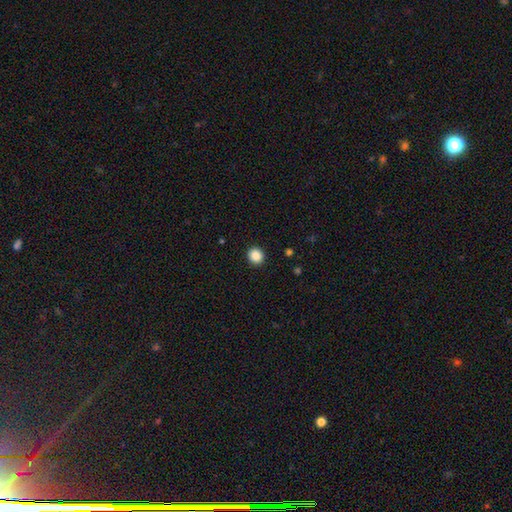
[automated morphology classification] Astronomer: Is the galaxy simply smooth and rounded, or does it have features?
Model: smooth — 87%.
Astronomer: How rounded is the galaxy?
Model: round — 89%.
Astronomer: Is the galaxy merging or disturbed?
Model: none — 93%.